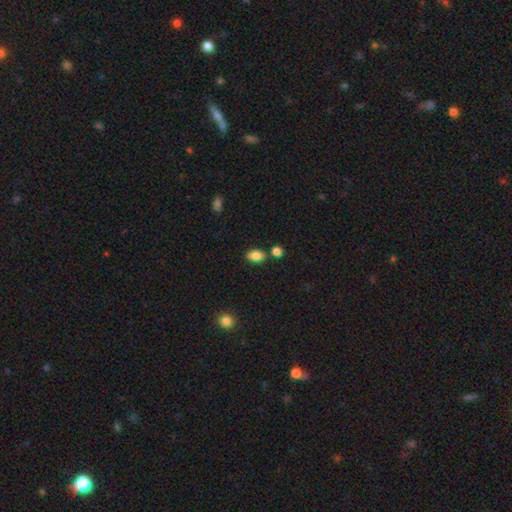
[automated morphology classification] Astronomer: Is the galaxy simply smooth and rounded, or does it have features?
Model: smooth — 84%.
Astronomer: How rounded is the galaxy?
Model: in between — 84%.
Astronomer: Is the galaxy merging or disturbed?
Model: none — 73%.